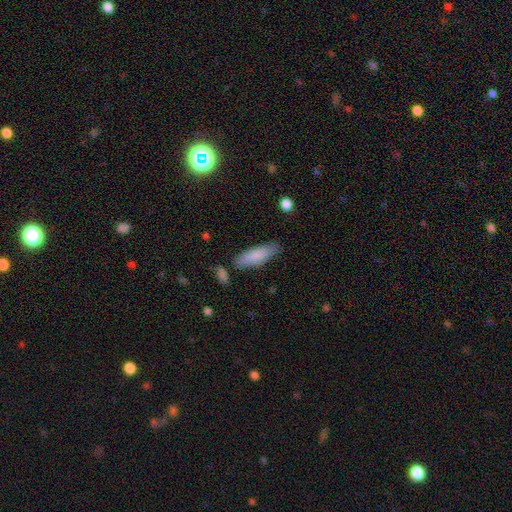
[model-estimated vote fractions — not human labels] Smooth or featured? smooth (83%)
How rounded? cigar-shaped (52%)
Merging? none (77%)